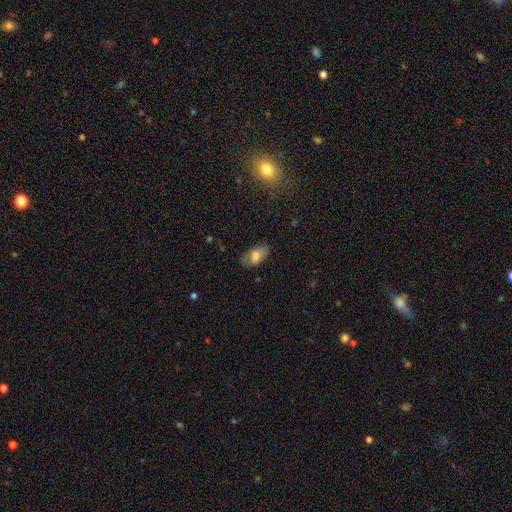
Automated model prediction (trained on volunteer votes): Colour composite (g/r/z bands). It shows a smooth galaxy with no disk features (73%) that is in between round and cigar-shaped (91%). Merging: none (72%).